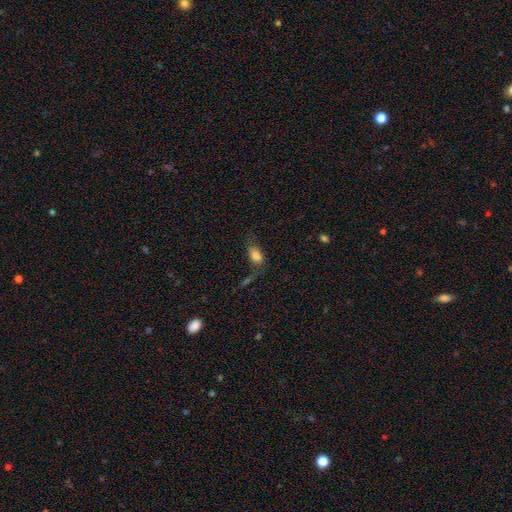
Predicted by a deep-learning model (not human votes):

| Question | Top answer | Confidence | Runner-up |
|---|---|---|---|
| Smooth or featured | smooth | 77% | featured or disk (12%) |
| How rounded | in between | 87% | round (9%) |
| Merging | none | 47% | minor disturbance (22%) |